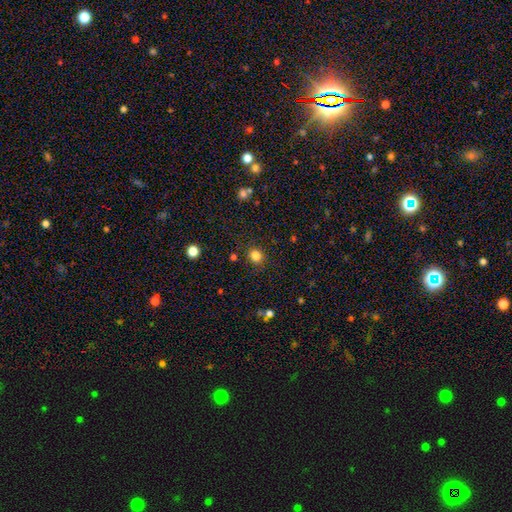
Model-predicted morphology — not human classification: smooth-or-featured: smooth: 84% | star or artifact: 12% | featured or disk: 4%
  how-rounded: round: 80% | in between: 19% | cigar-shaped: 1%
  merging: none: 87% | minor disturbance: 8% | major disturbance: 3% | merger: 2%